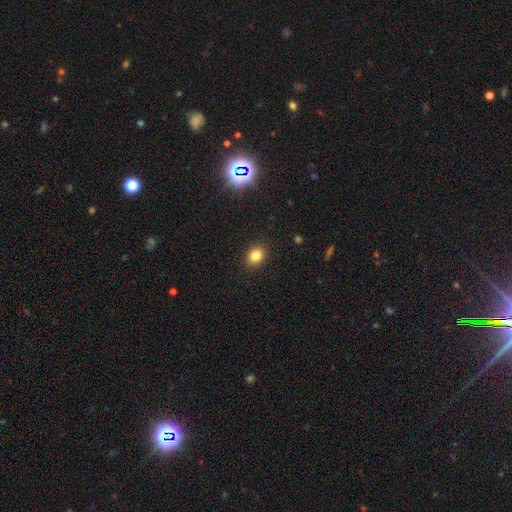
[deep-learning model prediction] Smooth or featured? Predicted: smooth (p=0.81). How rounded? Predicted: round (p=0.55). Merging? Predicted: none (p=0.90).